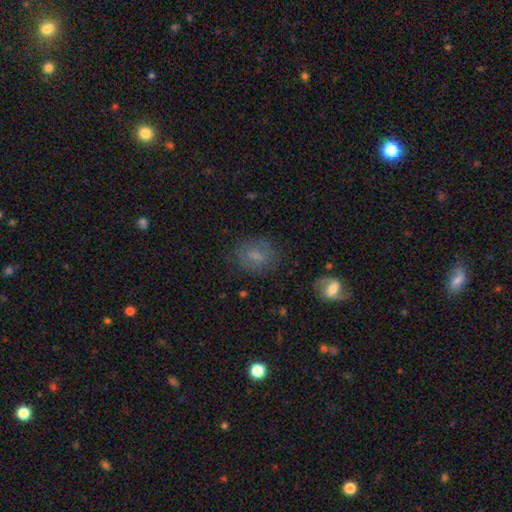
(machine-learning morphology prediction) Smooth or featured?
  - smooth: 63% *
  - featured or disk: 23%
  - star or artifact: 14%
How rounded?
  - round: 52% *
  - in between: 46%
  - cigar-shaped: 2%
Merging?
  - none: 75% *
  - minor disturbance: 16%
  - major disturbance: 7%
  - merger: 2%